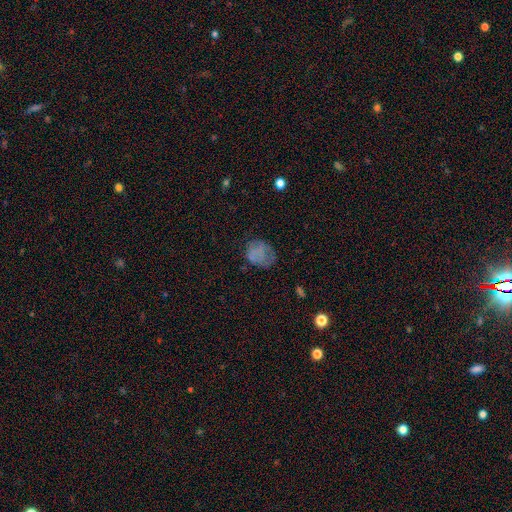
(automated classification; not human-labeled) The model was most divided on "how rounded": round: 57%, in between: 42%, cigar-shaped: 1%. More confident: smooth or featured — smooth (65%); merging — none (55%).